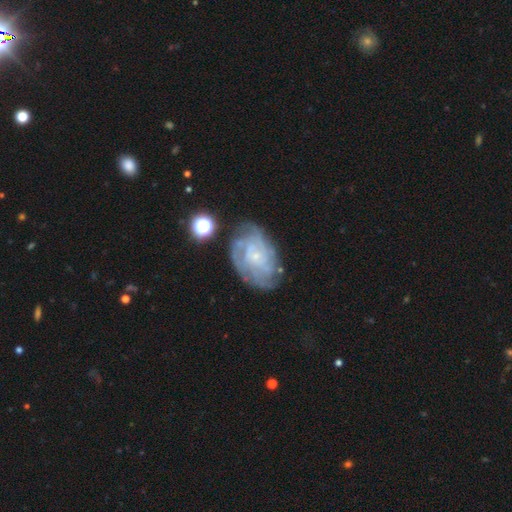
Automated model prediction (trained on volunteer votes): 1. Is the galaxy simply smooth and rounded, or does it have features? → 79% featured or disk, 13% smooth, 8% star or artifact.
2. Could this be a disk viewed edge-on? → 97% no, 3% yes.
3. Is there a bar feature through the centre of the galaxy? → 74% no, 22% weak, 4% strong.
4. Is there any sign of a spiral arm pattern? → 91% yes, 9% no.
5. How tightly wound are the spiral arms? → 66% tight, 27% medium, 8% loose.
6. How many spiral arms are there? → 44% can't tell, 16% 4, 15% 3, 12% 2, 7% more than 4, 5% 1.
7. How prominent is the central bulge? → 81% small, 11% moderate, 6% none, 1% large, 1% dominant.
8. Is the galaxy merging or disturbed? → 66% none, 21% minor disturbance, 10% major disturbance, 4% merger.